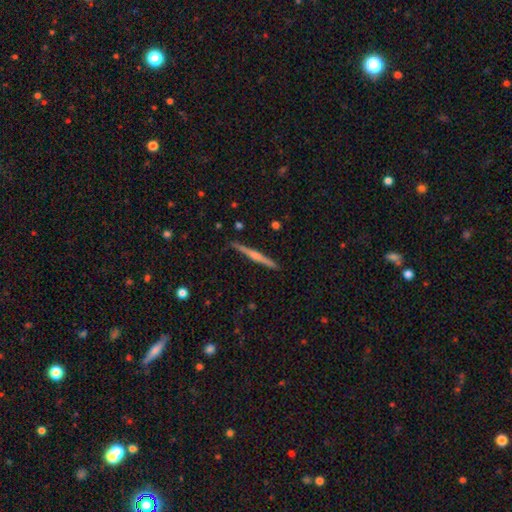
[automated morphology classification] Smooth or featured?
  - featured or disk: 65% *
  - smooth: 29%
  - star or artifact: 6%
Edge-on disk?
  - yes: 98% *
  - no: 2%
Edge-on bulge?
  - rounded: 65% *
  - none: 24%
  - boxy: 12%
Merging?
  - none: 90% *
  - minor disturbance: 8%
  - major disturbance: 1%
  - merger: 1%